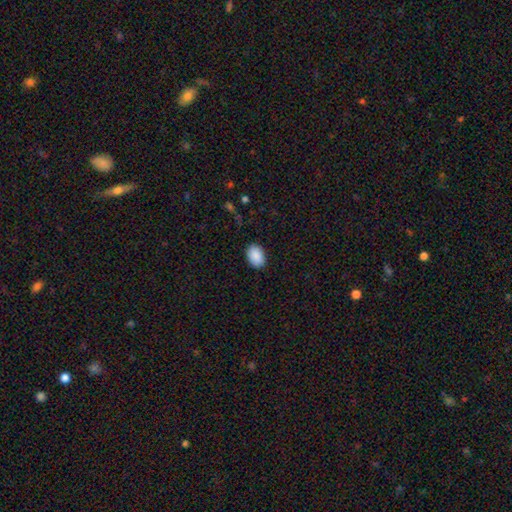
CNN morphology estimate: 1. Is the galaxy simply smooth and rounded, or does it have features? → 91% smooth, 7% star or artifact, 3% featured or disk.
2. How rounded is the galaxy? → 83% in between, 16% round, 1% cigar-shaped.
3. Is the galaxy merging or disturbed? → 89% none, 8% minor disturbance, 2% major disturbance, 1% merger.